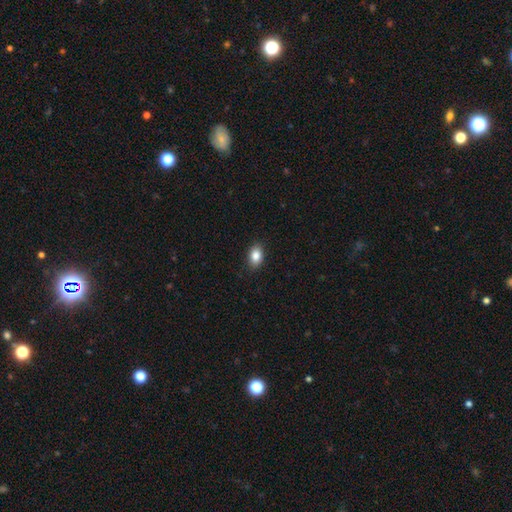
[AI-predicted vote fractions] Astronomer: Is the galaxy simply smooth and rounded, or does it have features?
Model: smooth — 86%.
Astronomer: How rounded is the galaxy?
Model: in between — 83%.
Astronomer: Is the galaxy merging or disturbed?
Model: none — 88%.